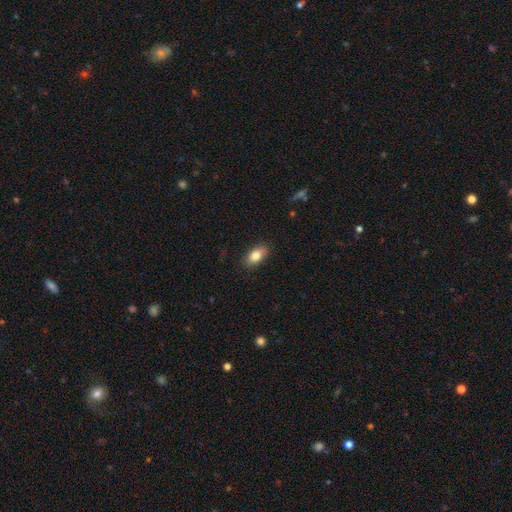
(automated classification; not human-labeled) smooth-or-featured: smooth: 83% | featured or disk: 10% | star or artifact: 7%
  how-rounded: in between: 89% | round: 7% | cigar-shaped: 4%
  merging: none: 86% | minor disturbance: 10% | major disturbance: 2% | merger: 1%